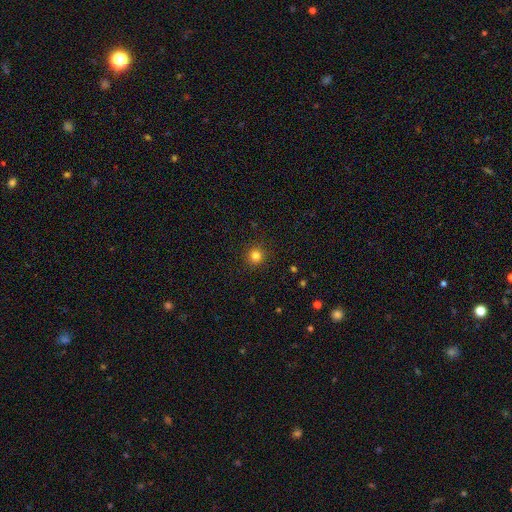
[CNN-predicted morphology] Smooth or featured?
  - smooth: 82% *
  - star or artifact: 14%
  - featured or disk: 5%
How rounded?
  - round: 94% *
  - in between: 5%
  - cigar-shaped: 1%
Merging?
  - none: 92% *
  - minor disturbance: 5%
  - major disturbance: 2%
  - merger: 1%